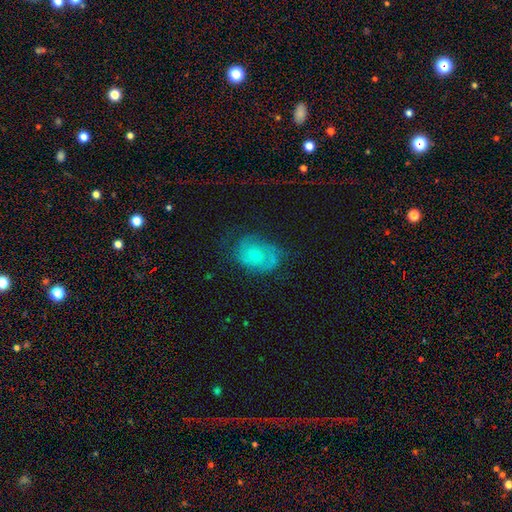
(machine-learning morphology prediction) Smooth or featured? Predicted: featured or disk (p=0.56). Edge-on disk? Predicted: no (p=0.97). Bar? Predicted: no (p=0.78). Spiral arms? Predicted: yes (p=0.76). Bulge size? Predicted: small (p=0.68). Merging? Predicted: none (p=0.56).